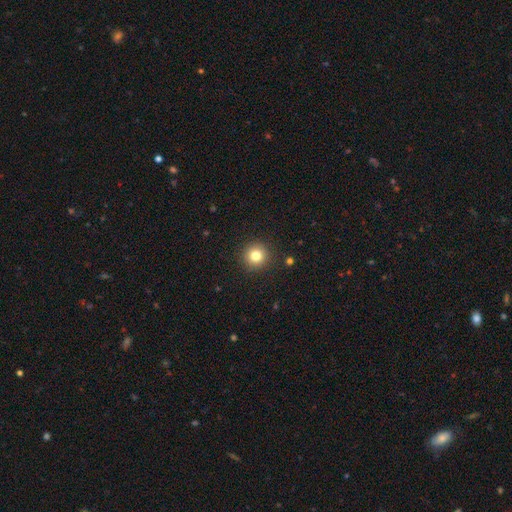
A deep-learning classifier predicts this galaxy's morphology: A smooth galaxy with no disk features (80%) that is round (95%).

Vote fractions:
- Smooth or featured? smooth: 80% / star or artifact: 12% / featured or disk: 8%
- How rounded? round: 95% / in between: 4% / cigar-shaped: 1%
- Merging? none: 92% / minor disturbance: 5% / major disturbance: 2% / merger: 1%